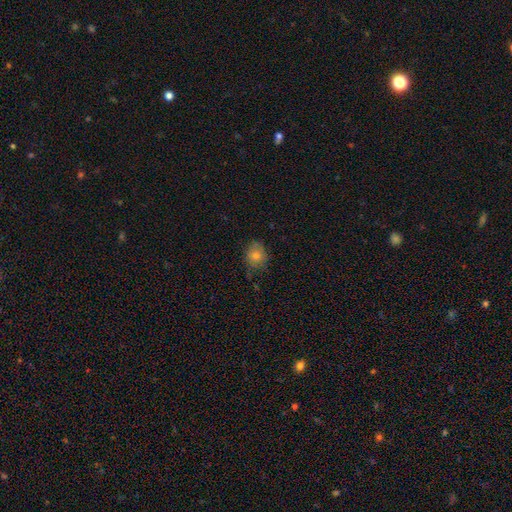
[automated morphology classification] Smooth or featured?
  - smooth: 73% *
  - star or artifact: 14%
  - featured or disk: 13%
How rounded?
  - round: 71% *
  - in between: 28%
  - cigar-shaped: 1%
Merging?
  - none: 76% *
  - minor disturbance: 18%
  - major disturbance: 4%
  - merger: 1%